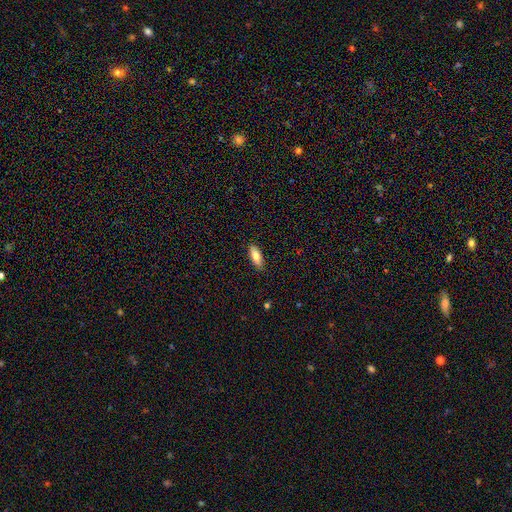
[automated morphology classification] type=smooth (74%); roundness=in between (71%); merging=none (89%).